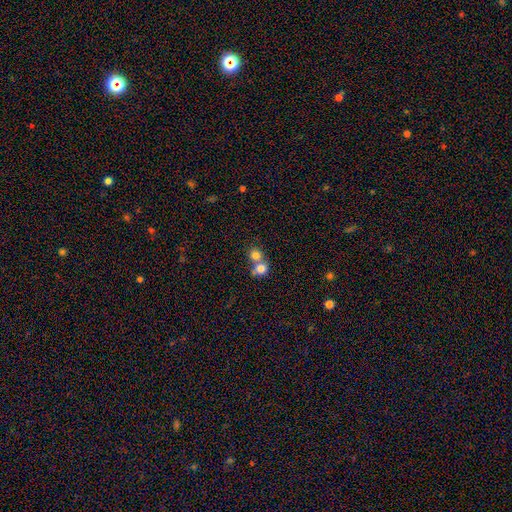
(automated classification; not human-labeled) Q: Smooth or featured?
A: smooth (78%); runner-up: star or artifact (11%)
Q: How rounded?
A: round (83%); runner-up: in between (16%)
Q: Merging?
A: merger (57%); runner-up: none (36%)